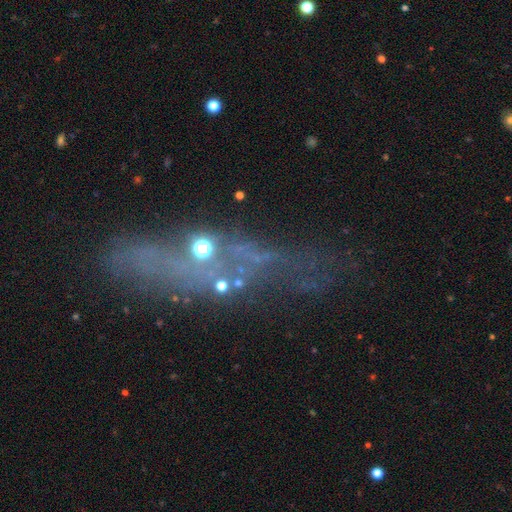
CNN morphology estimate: A star or artifact, not a galaxy (44%).

Vote fractions:
- Smooth or featured? star or artifact: 44% / featured or disk: 33% / smooth: 23%